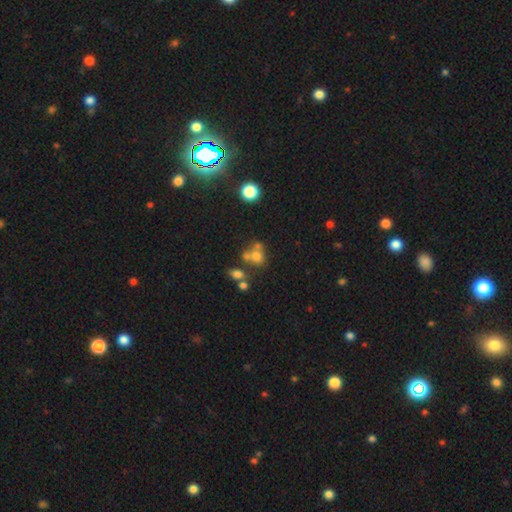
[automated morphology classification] This appears to be a smooth galaxy with no disk features (65%) that is round (61%). Merging: merger (43%).